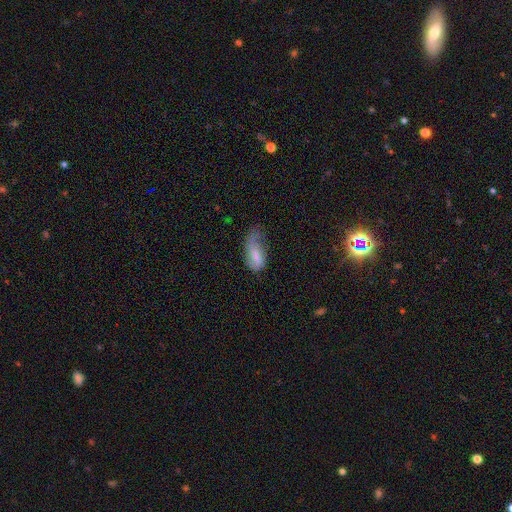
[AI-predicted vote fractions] Smooth or featured? smooth (66%)
How rounded? in between (87%)
Merging? major disturbance (37%, tied with minor disturbance)